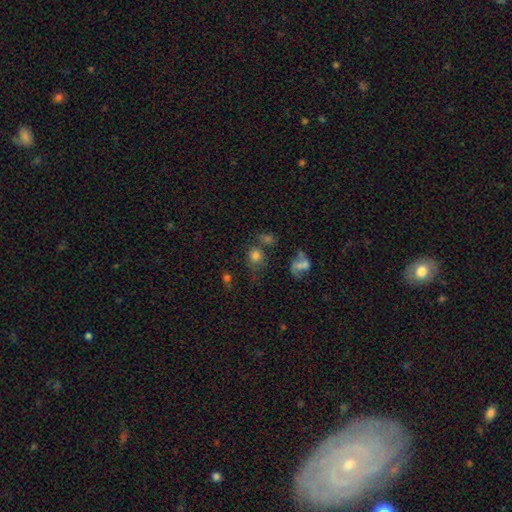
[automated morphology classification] This is likely a smooth galaxy (75%). How rounded: likely round (79%). Merging: possibly none (60%).